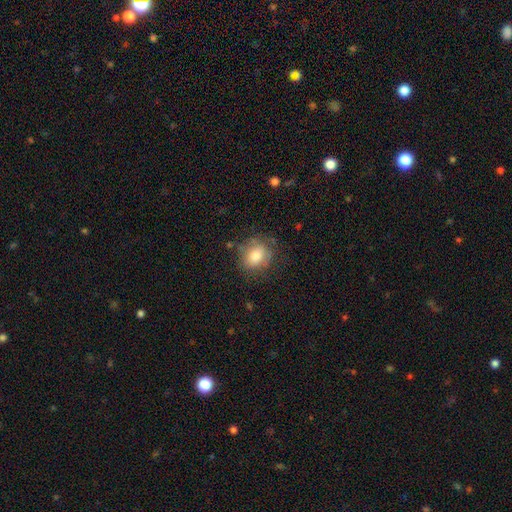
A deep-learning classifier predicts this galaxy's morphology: This appears to be a smooth galaxy with no disk features (79%) that is round (54%). Merging: none (71%).